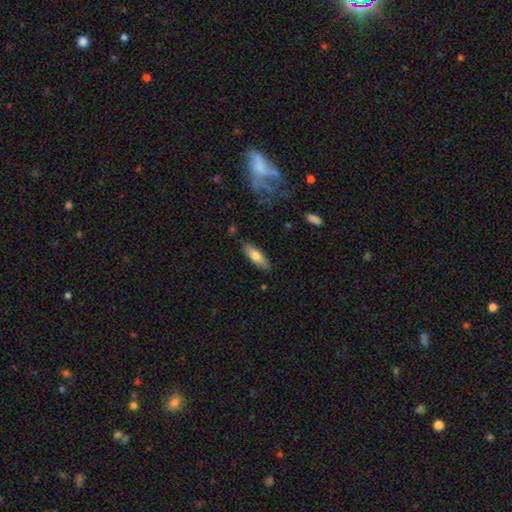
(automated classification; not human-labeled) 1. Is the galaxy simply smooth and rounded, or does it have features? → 72% smooth, 22% featured or disk, 6% star or artifact.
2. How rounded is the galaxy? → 59% in between, 39% cigar-shaped, 2% round.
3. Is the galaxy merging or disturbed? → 85% none, 11% minor disturbance, 2% major disturbance, 2% merger.